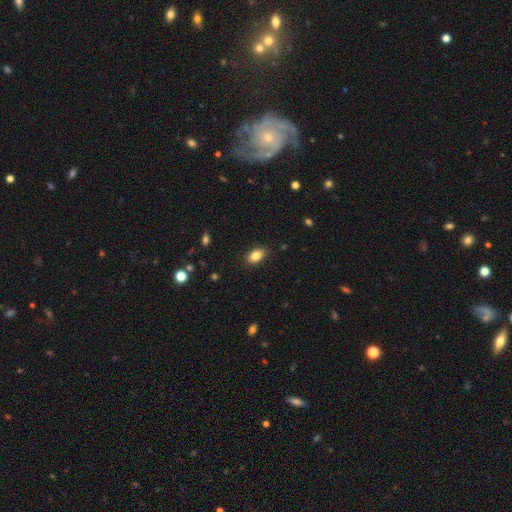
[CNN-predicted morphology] Overall: smooth (83%). How rounded: in between (88%). Merging: none (87%).